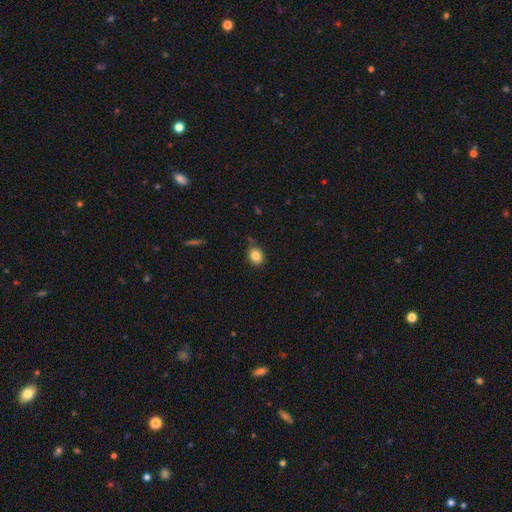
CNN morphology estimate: type=smooth (85%); roundness=round (53%); merging=none (73%).